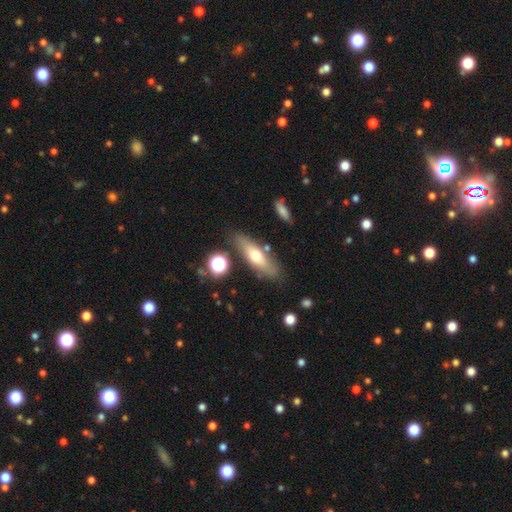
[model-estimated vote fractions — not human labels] A smooth galaxy with no disk features (55%) that is cigar-shaped (50%).

Vote fractions:
- Smooth or featured? smooth: 55% / featured or disk: 37% / star or artifact: 8%
- How rounded? cigar-shaped: 50% / in between: 47% / round: 3%
- Merging? none: 77% / minor disturbance: 14% / merger: 5% / major disturbance: 4%